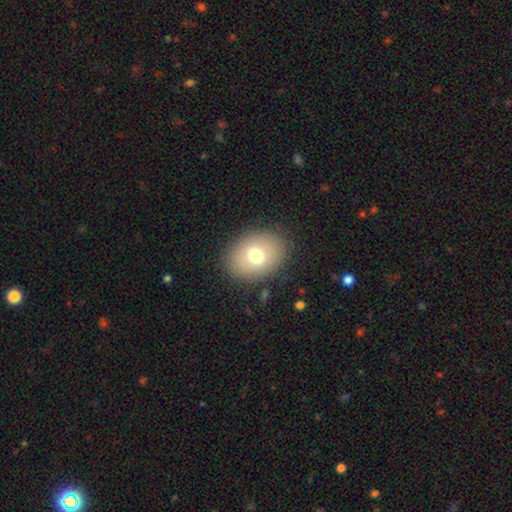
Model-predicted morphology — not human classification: type=smooth (71%); roundness=in between (60%); merging=none (85%).